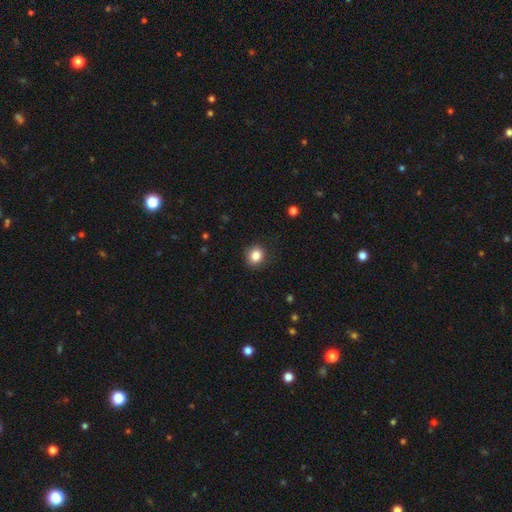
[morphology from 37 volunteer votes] smooth_or_featured: smooth (p=0.86) [alt: star or artifact p=0.08]
how_rounded: round (p=0.84) [alt: in between p=0.16]
merging: none (p=0.94) [alt: minor disturbance p=0.03]